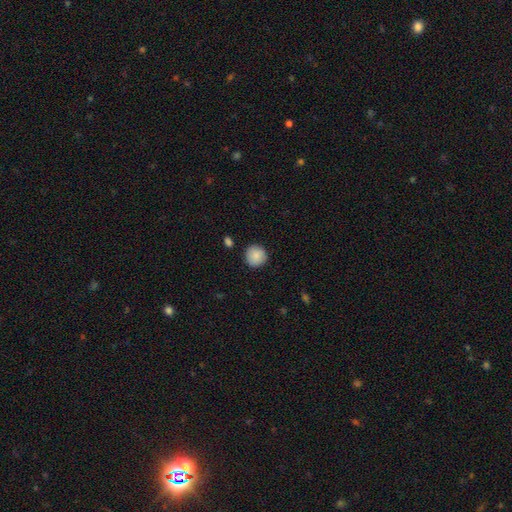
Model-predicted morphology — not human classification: Smooth or featured: smooth — 88% (star or artifact — 7%)
How rounded: round — 94% (in between — 5%)
Merging: none — 89% (minor disturbance — 7%)